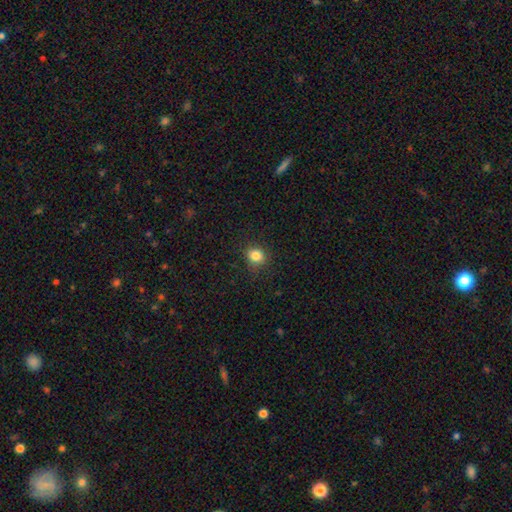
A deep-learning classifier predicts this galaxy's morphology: Smooth or featured? Predicted: smooth (p=0.83). How rounded? Predicted: round (p=0.72). Merging? Predicted: none (p=0.85).